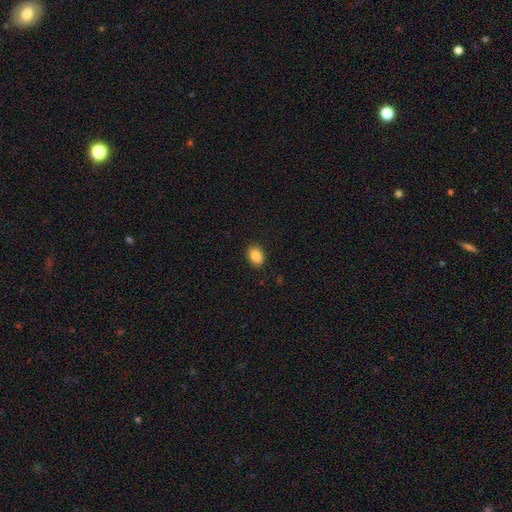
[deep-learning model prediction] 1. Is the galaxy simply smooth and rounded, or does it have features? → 87% smooth, 8% star or artifact, 4% featured or disk.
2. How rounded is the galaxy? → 69% in between, 30% round, 1% cigar-shaped.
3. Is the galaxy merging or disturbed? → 89% none, 8% minor disturbance, 2% major disturbance, 1% merger.